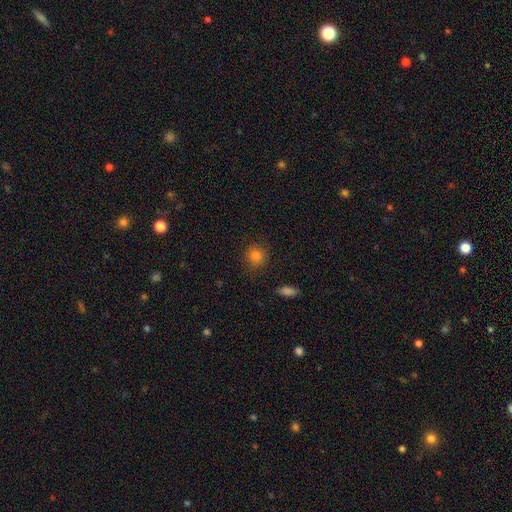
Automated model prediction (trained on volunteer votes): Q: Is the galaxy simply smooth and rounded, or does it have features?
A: smooth — 83%.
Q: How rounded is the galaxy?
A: round — 83%.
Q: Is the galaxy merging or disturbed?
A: none — 85%.